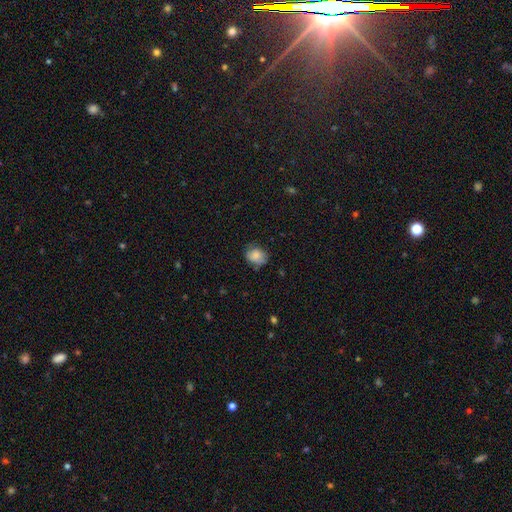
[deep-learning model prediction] Q: Smooth or featured?
A: smooth (83%); runner-up: featured or disk (8%)
Q: How rounded?
A: round (51%); runner-up: in between (48%)
Q: Merging?
A: none (69%); runner-up: minor disturbance (24%)